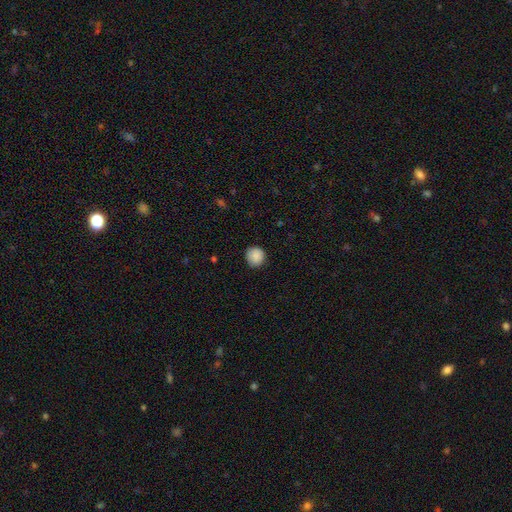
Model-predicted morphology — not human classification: This appears to be a smooth galaxy with no disk features (88%) that is round (90%). Merging: none (86%).